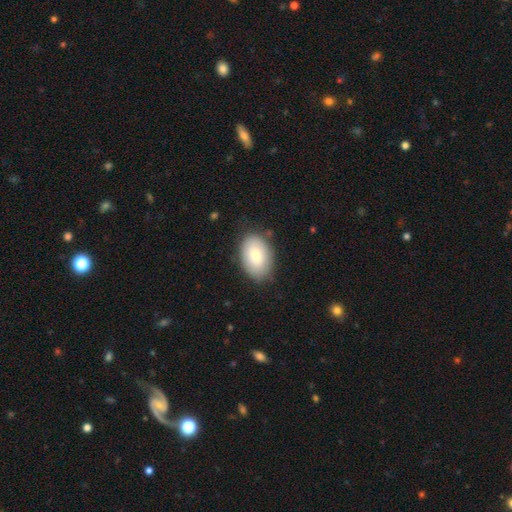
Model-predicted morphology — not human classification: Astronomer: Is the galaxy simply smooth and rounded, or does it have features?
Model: smooth — 79%.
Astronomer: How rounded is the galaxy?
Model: in between — 90%.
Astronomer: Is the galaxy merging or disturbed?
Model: none — 81%.